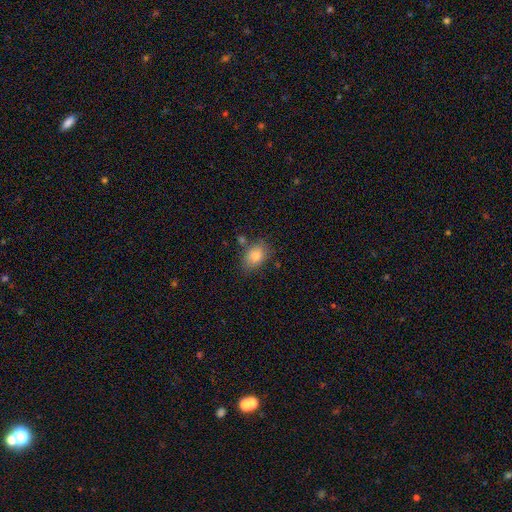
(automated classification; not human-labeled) Smooth or featured? smooth (81%)
How rounded? in between (74%)
Merging? none (73%)